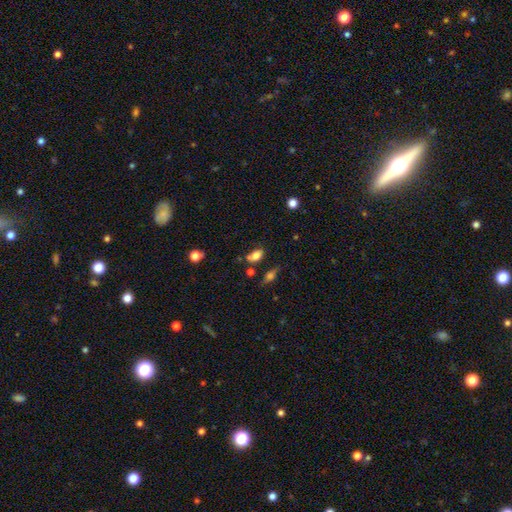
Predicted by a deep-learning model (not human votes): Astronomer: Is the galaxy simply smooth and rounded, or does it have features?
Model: smooth — 76%.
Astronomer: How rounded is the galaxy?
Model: in between — 86%.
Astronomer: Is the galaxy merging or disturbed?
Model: none — 59%.